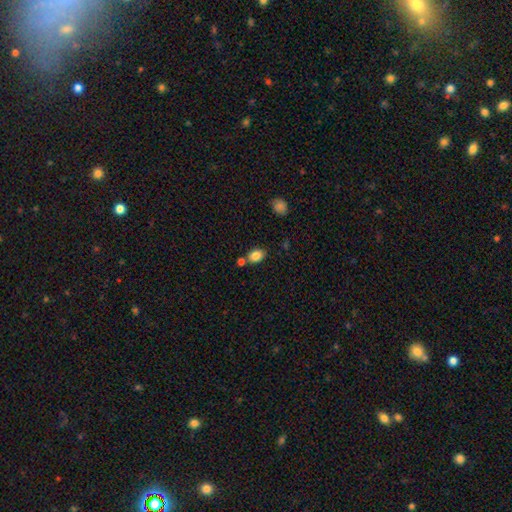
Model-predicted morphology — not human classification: This appears to be a smooth galaxy with no disk features (84%) that is in between round and cigar-shaped (74%). Merging: none (67%).